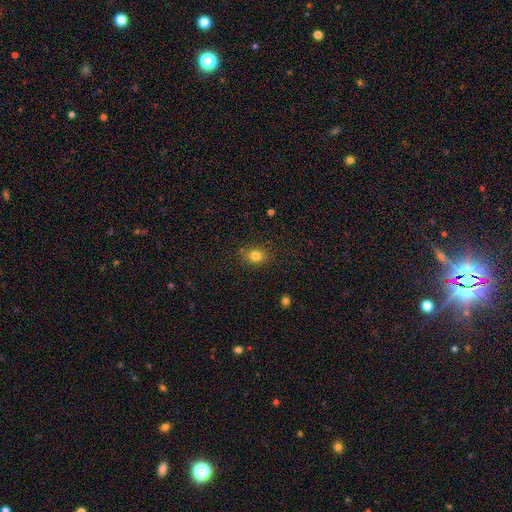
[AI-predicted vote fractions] Smooth or featured? smooth (82%)
How rounded? in between (54%)
Merging? none (84%)